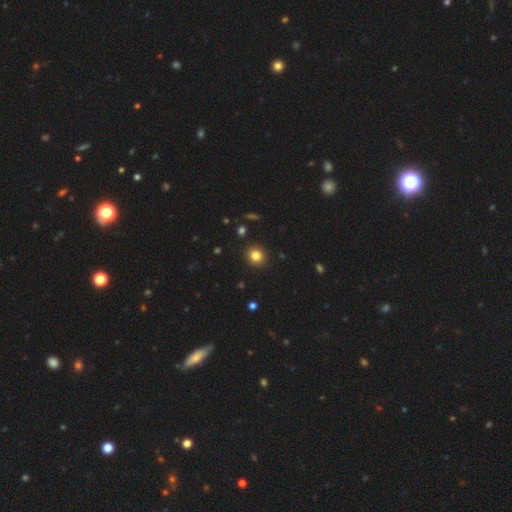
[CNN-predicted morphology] This is clearly a smooth galaxy (83%). How rounded: clearly round (86%). Merging: clearly none (91%).